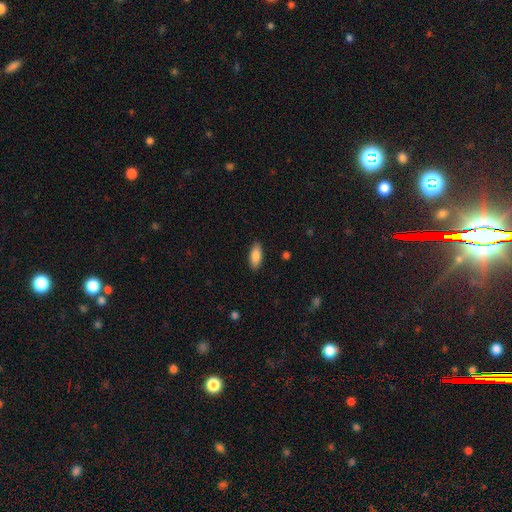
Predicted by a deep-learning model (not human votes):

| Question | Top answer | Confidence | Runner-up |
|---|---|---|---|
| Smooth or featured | smooth | 86% | featured or disk (8%) |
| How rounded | in between | 84% | cigar-shaped (14%) |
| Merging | none | 89% | minor disturbance (8%) |